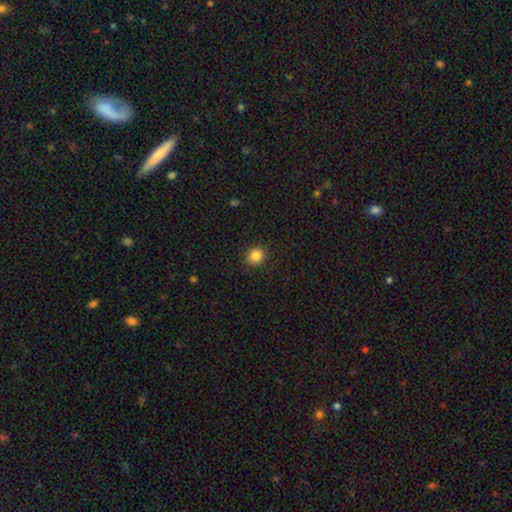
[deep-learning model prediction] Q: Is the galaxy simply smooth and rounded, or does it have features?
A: smooth — 84%.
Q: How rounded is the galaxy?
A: round — 88%.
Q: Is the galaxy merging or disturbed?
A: none — 90%.